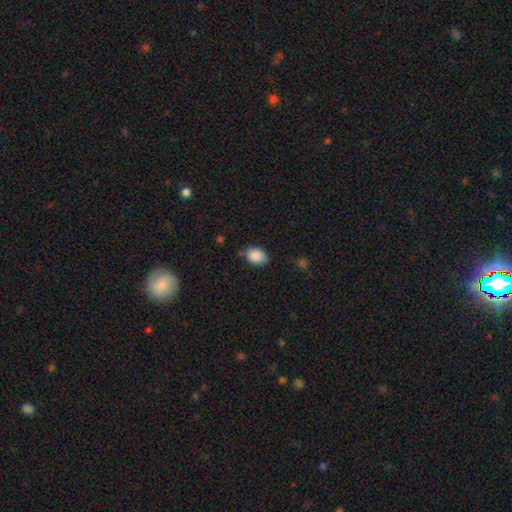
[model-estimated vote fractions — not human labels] Smooth or featured? Predicted: smooth (p=0.88). How rounded? Predicted: in between (p=0.73). Merging? Predicted: none (p=0.75).